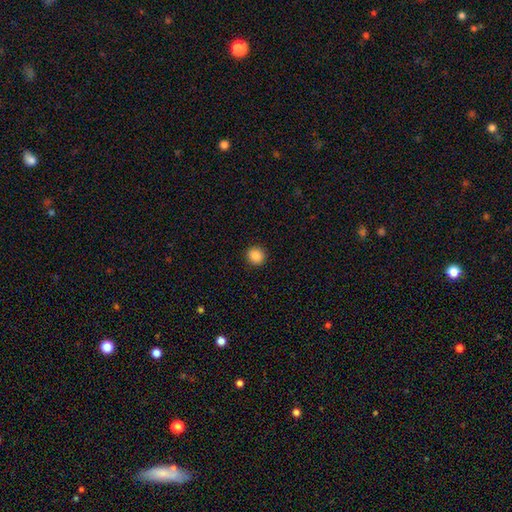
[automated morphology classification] The model was most divided on "smooth or featured": smooth: 87%, star or artifact: 9%, featured or disk: 3%. More confident: merging — none (92%); how rounded — round (91%).